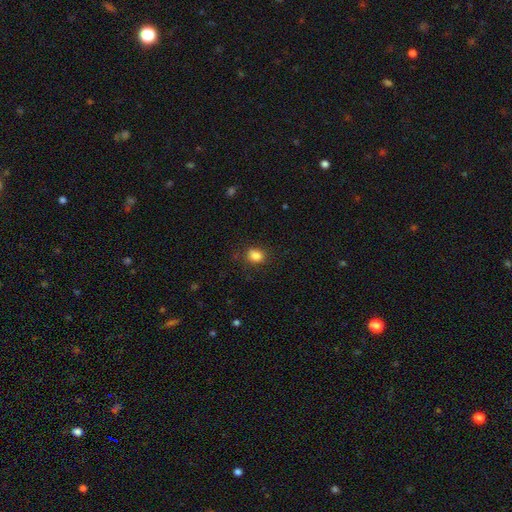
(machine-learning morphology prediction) smooth_or_featured: smooth (p=0.83) [alt: star or artifact p=0.11]
how_rounded: round (p=0.59) [alt: in between p=0.40]
merging: none (p=0.77) [alt: minor disturbance p=0.16]